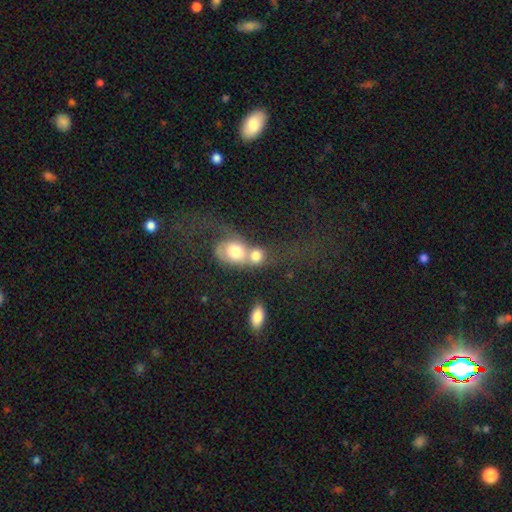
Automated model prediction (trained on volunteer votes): Smooth or featured? Predicted: smooth (p=0.67). How rounded? Predicted: round (p=0.60). Merging? Predicted: merger (p=0.71).